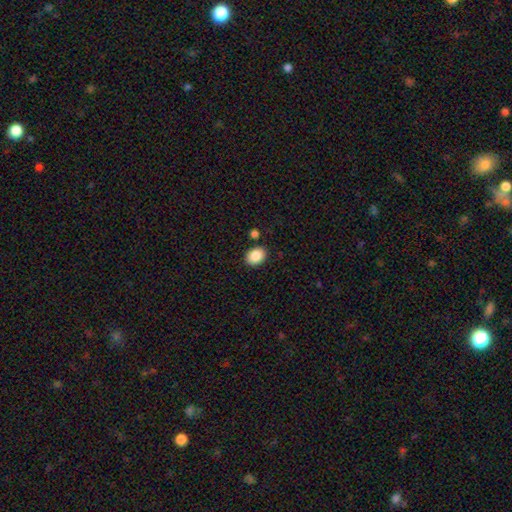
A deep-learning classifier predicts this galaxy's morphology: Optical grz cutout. It shows a smooth galaxy with no disk features (88%) that is in between round and cigar-shaped (65%). Merging: none (86%).